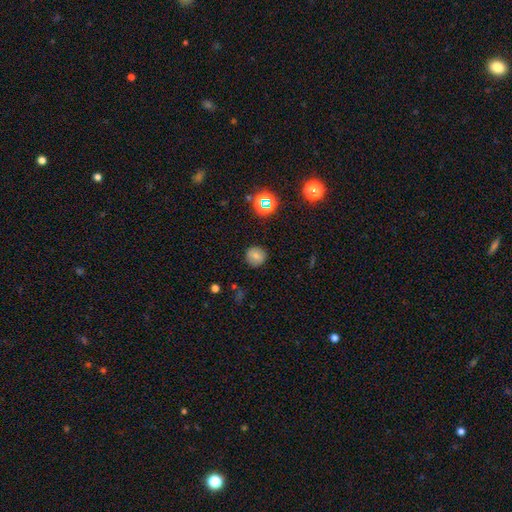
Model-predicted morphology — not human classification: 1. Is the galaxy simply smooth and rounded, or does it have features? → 70% smooth, 15% featured or disk, 15% star or artifact.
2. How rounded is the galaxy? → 92% round, 7% in between, 1% cigar-shaped.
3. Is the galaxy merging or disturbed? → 87% none, 9% minor disturbance, 3% major disturbance, 1% merger.